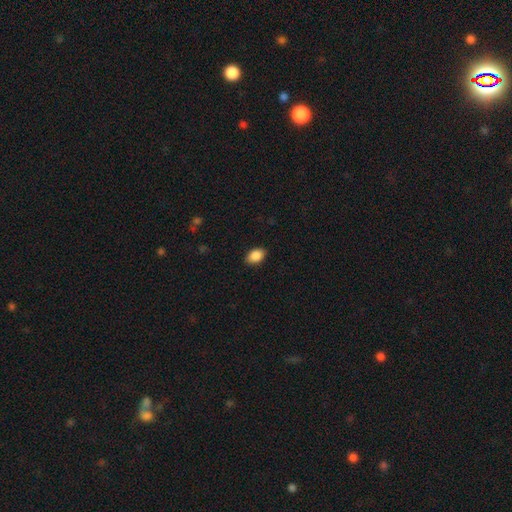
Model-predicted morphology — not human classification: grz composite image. It shows a smooth galaxy with no disk features (89%) that is in between round and cigar-shaped (88%). Merging: none (89%).